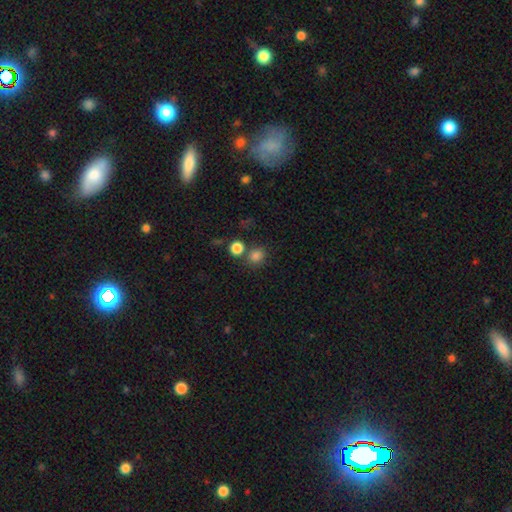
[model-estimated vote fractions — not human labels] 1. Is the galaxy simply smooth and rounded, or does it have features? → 81% smooth, 14% star or artifact, 5% featured or disk.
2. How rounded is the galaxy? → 77% round, 23% in between, 1% cigar-shaped.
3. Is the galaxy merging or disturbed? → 70% none, 16% merger, 10% minor disturbance, 4% major disturbance.